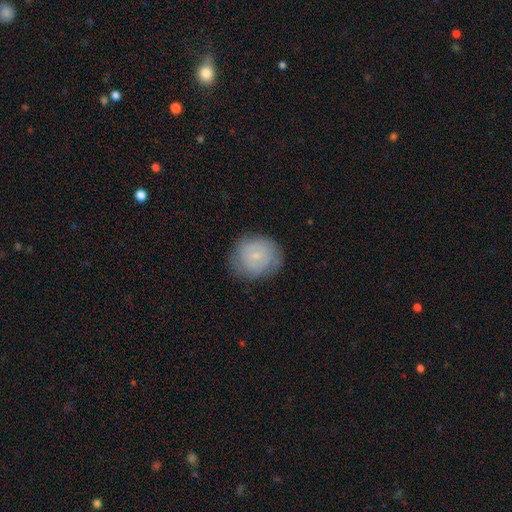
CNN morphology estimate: Q: Smooth or featured?
A: smooth (54%); runner-up: featured or disk (38%)
Q: How rounded?
A: round (77%); runner-up: in between (22%)
Q: Merging?
A: none (72%); runner-up: minor disturbance (20%)